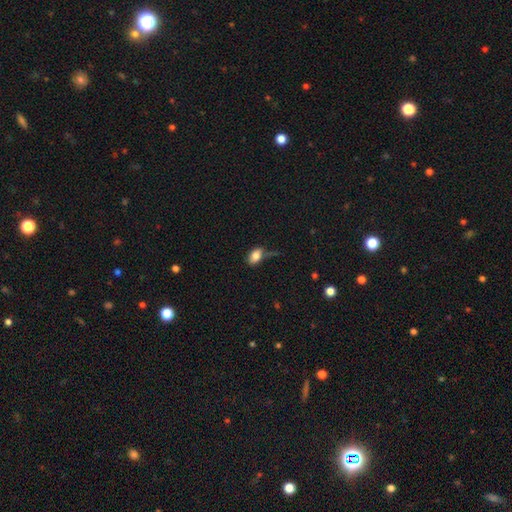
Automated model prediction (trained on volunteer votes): A smooth galaxy with no disk features (81%) that is in between round and cigar-shaped (88%).

Vote fractions:
- Smooth or featured? smooth: 81% / featured or disk: 10% / star or artifact: 9%
- How rounded? in between: 88% / round: 10% / cigar-shaped: 3%
- Merging? none: 47% / minor disturbance: 28% / major disturbance: 16% / merger: 9%